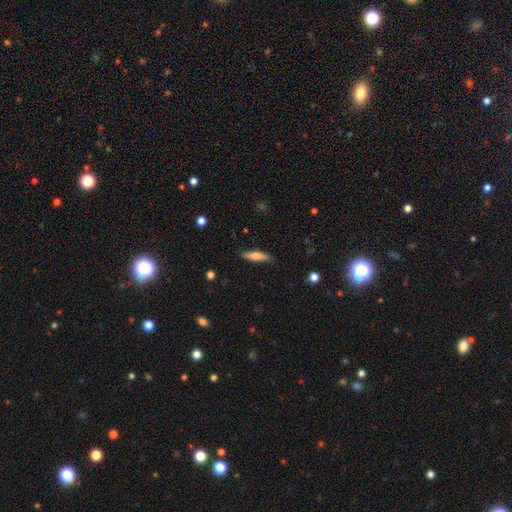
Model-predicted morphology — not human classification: Smooth or featured? Predicted: smooth (p=0.61). How rounded? Predicted: cigar-shaped (p=0.77). Merging? Predicted: none (p=0.86).